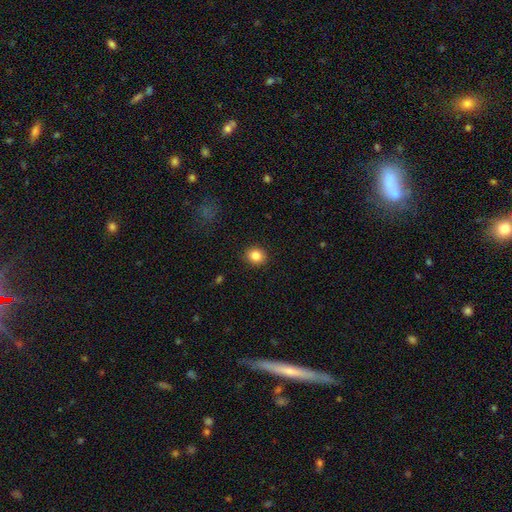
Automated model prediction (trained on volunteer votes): A smooth galaxy with no disk features (85%) that is round (75%).

Vote fractions:
- Smooth or featured? smooth: 85% / star or artifact: 10% / featured or disk: 5%
- How rounded? round: 75% / in between: 25% / cigar-shaped: 1%
- Merging? none: 90% / minor disturbance: 7% / major disturbance: 2% / merger: 1%